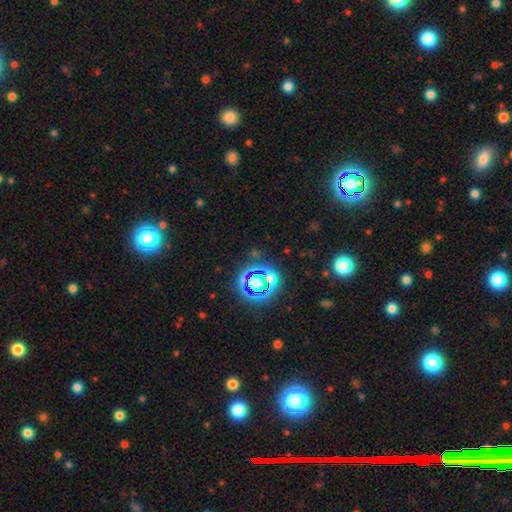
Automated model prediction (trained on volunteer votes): Smooth or featured: star or artifact — 70% (smooth — 20%)